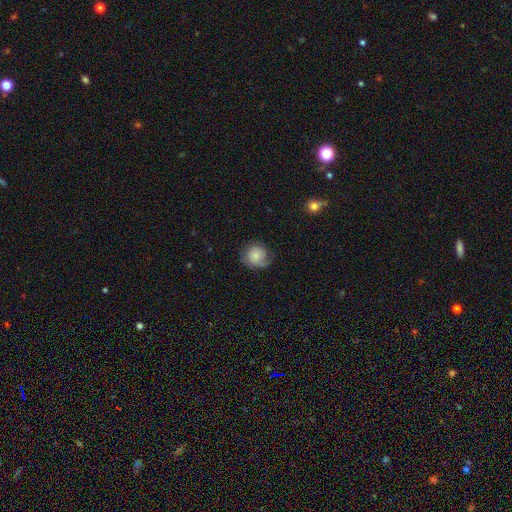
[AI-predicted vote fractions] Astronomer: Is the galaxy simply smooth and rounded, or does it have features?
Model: smooth — 62%.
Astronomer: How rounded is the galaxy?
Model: round — 85%.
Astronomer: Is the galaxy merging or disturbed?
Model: none — 63%.